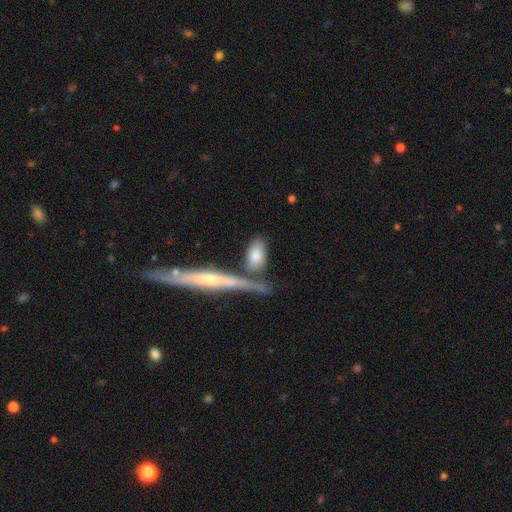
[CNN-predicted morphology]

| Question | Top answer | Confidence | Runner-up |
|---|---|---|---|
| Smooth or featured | smooth | 76% | featured or disk (18%) |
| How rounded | in between | 77% | cigar-shaped (18%) |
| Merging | none | 56% | merger (22%) |